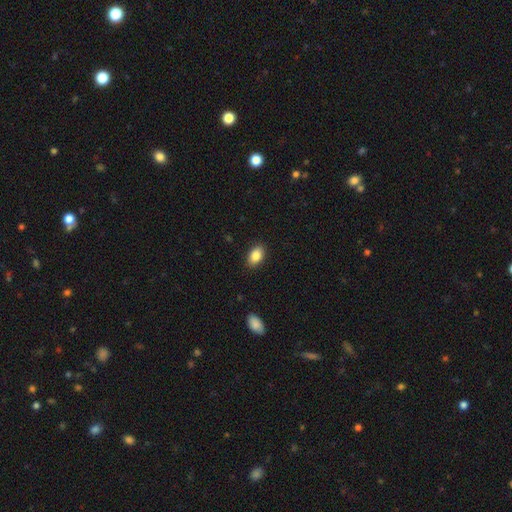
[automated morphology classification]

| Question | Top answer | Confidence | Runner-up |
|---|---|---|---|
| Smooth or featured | smooth | 87% | star or artifact (8%) |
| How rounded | in between | 88% | round (11%) |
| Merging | none | 88% | minor disturbance (9%) |